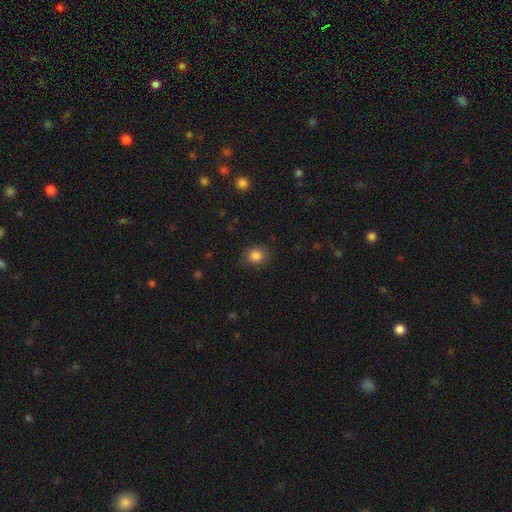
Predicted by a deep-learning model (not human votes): Overall: smooth (85%). How rounded: round (77%). Merging: none (82%).